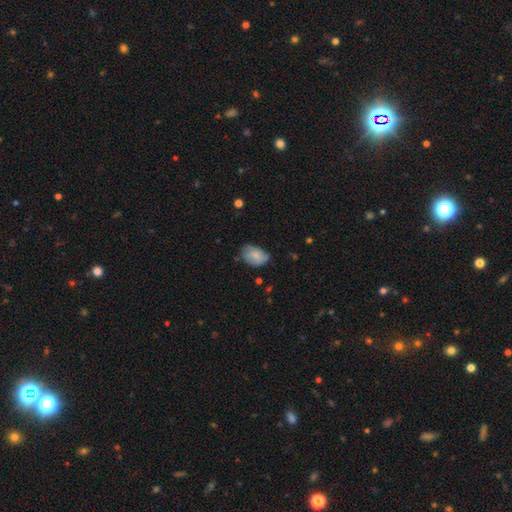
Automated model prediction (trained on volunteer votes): Overall: smooth (72%). How rounded: in between (85%). Merging: none (56%; minor disturbance 34%).